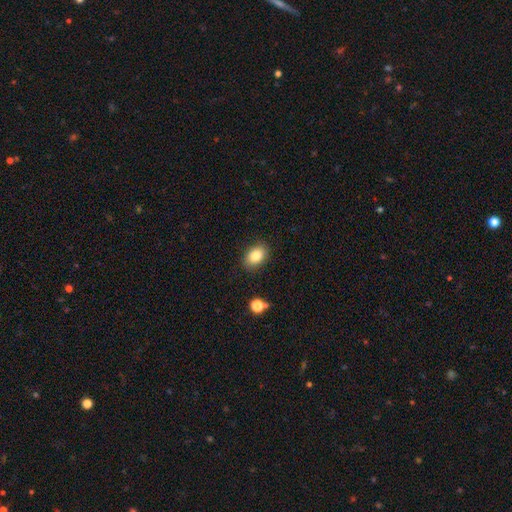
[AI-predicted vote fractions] This appears to be a smooth galaxy with no disk features (85%) that is in between round and cigar-shaped (82%). Merging: none (86%).